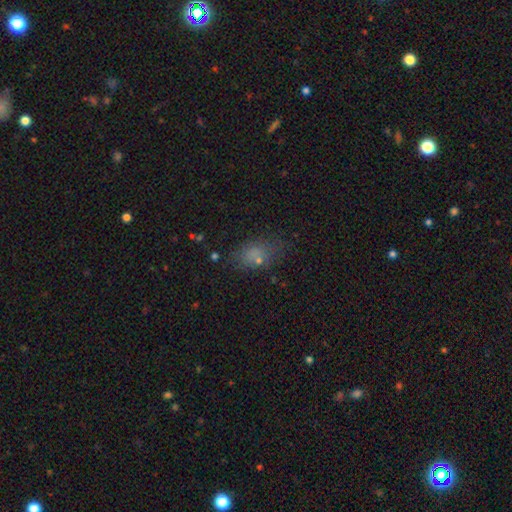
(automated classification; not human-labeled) Q: Smooth or featured?
A: smooth (71%); runner-up: star or artifact (16%)
Q: How rounded?
A: in between (84%); runner-up: round (13%)
Q: Merging?
A: none (63%); runner-up: minor disturbance (22%)